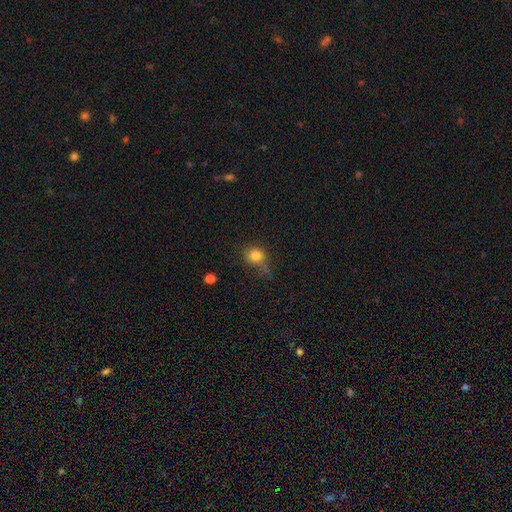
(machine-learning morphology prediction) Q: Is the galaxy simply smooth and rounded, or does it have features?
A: smooth — 81%.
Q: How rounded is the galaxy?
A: round — 83%.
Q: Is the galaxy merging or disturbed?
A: none — 54%.